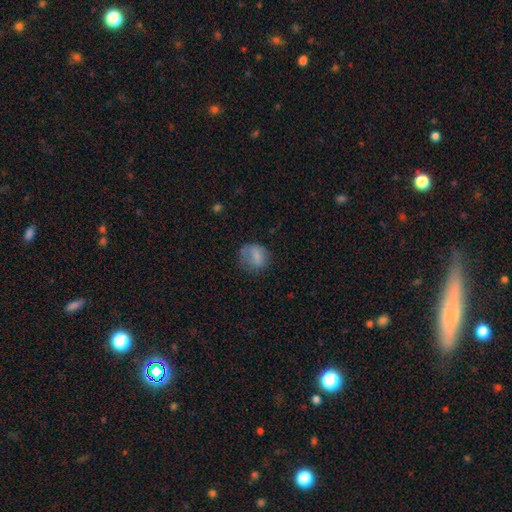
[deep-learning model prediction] A smooth galaxy with no disk features (73%) that is round (61%). Merging: none (52%).